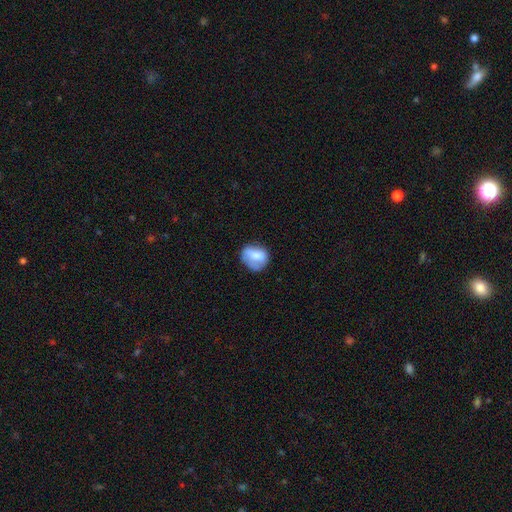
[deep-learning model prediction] smooth 67%, featured or disk 25%, star or artifact 8%. Down the decision tree: how rounded — round (62%); merging — none (60%).